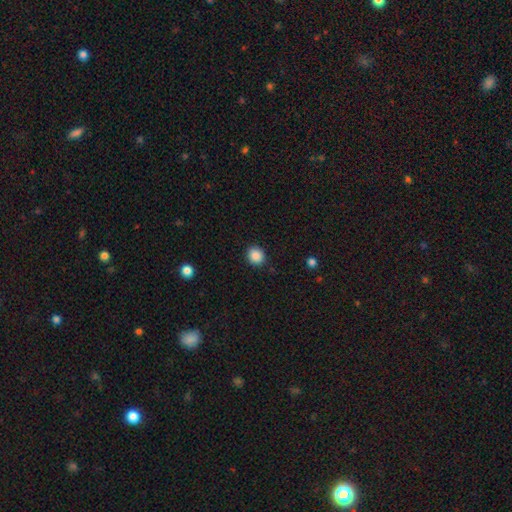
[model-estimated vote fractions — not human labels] A smooth galaxy with no disk features (88%) that is round (81%).

Vote fractions:
- Smooth or featured? smooth: 88% / star or artifact: 9% / featured or disk: 3%
- How rounded? round: 81% / in between: 18% / cigar-shaped: 1%
- Merging? none: 91% / minor disturbance: 6% / major disturbance: 2% / merger: 1%